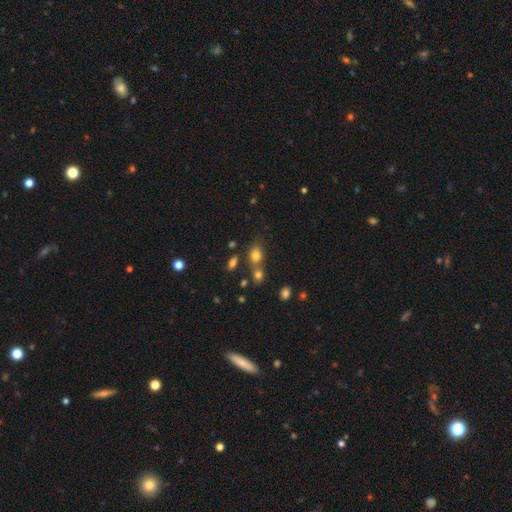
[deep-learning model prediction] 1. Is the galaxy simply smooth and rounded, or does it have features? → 76% smooth, 13% star or artifact, 10% featured or disk.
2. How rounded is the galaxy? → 57% in between, 41% round, 2% cigar-shaped.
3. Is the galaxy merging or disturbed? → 50% none, 34% merger, 12% minor disturbance, 4% major disturbance.